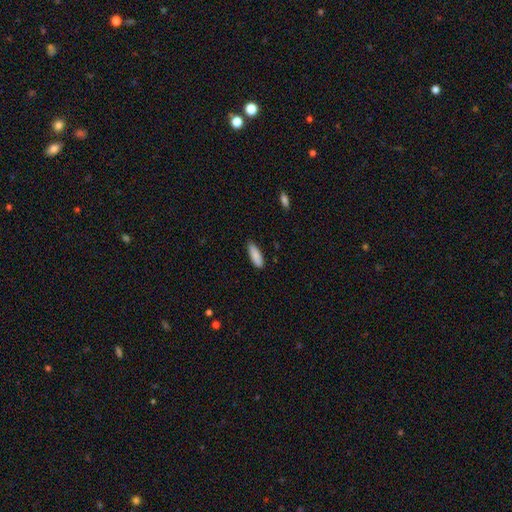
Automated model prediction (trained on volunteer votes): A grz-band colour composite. It shows a smooth galaxy with no disk features (88%) that is in between round and cigar-shaped (58%). Merging: none (83%).